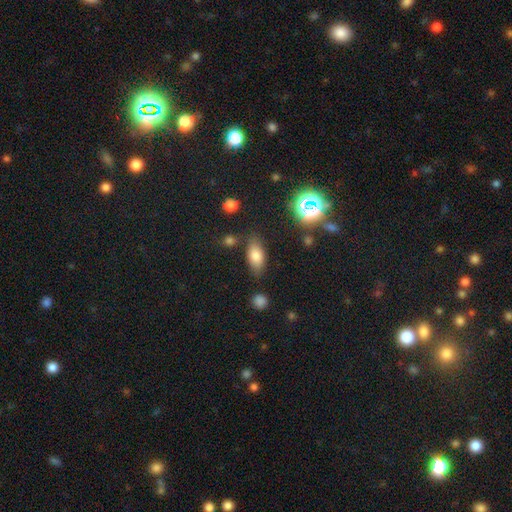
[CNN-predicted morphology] This appears to be a smooth galaxy with no disk features (76%) that is in between round and cigar-shaped (86%). Merging: none (77%).